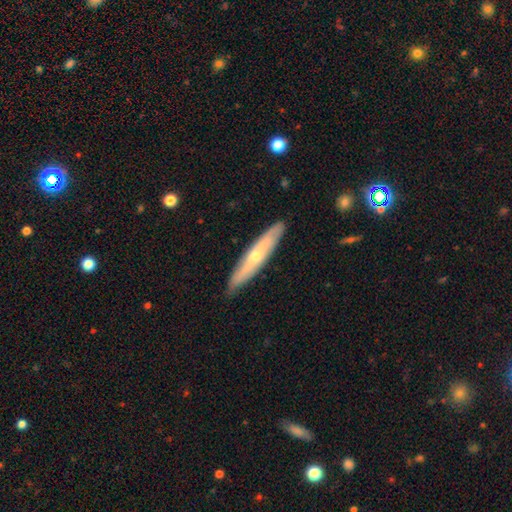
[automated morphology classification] Smooth or featured: featured or disk — 56% (smooth — 39%)
Edge-on disk: yes — 73% (no — 27%)
Merging: none — 87% (minor disturbance — 10%)